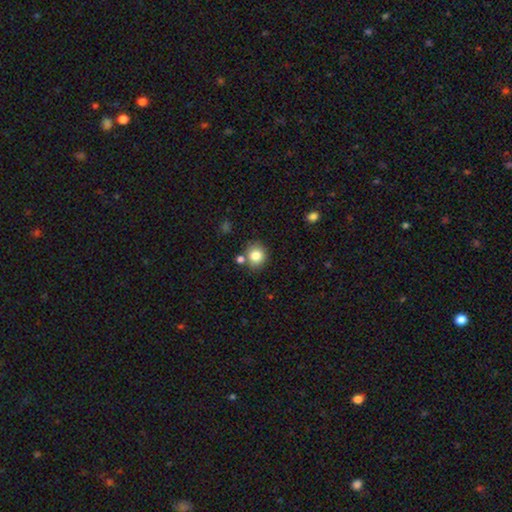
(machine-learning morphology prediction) Overall: smooth (82%). How rounded: round (81%). Merging: none (73%).